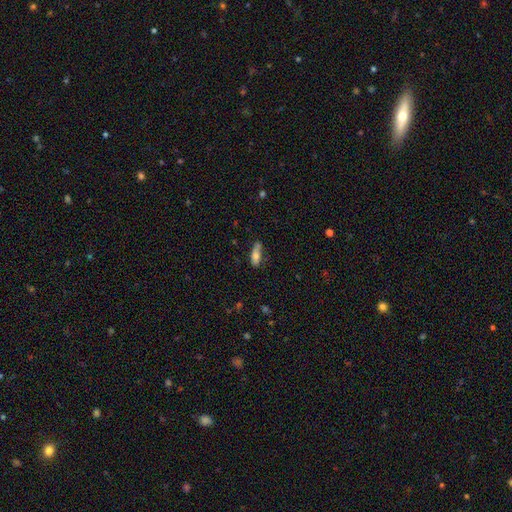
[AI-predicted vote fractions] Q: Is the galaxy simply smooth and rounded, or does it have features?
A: smooth — 69%.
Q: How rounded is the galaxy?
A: in between — 57%.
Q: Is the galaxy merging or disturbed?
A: none — 58%.